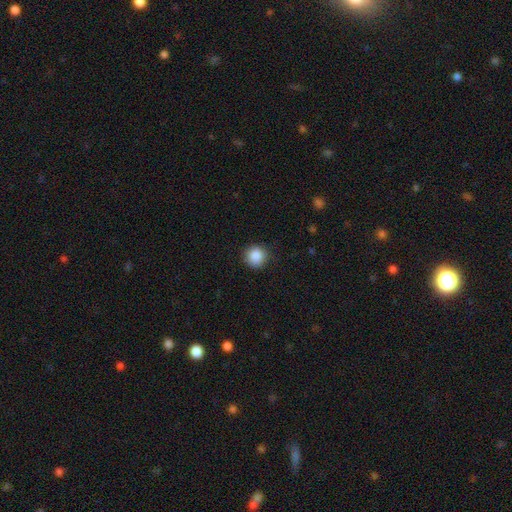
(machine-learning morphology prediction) This appears to be a smooth galaxy with no disk features (87%) that is round (94%). Merging: none (89%).